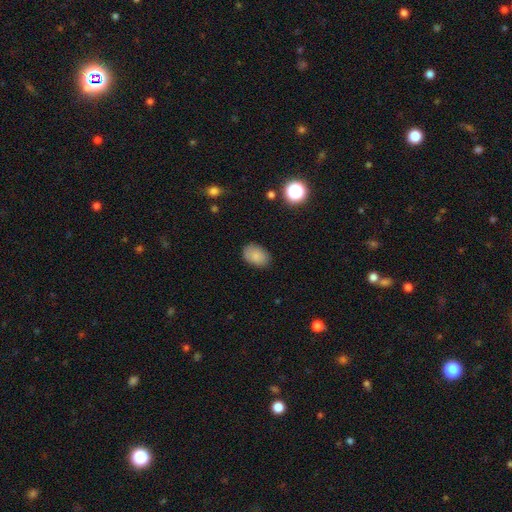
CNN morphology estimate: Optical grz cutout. It shows a smooth galaxy with no disk features (85%) that is in between round and cigar-shaped (84%). Merging: none (84%).